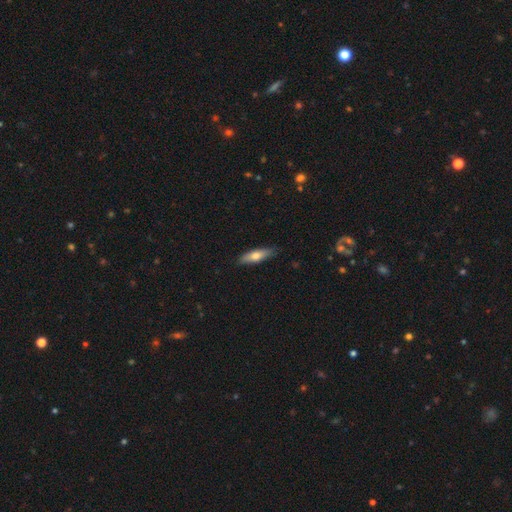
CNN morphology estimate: A smooth galaxy with no disk features (67%) that is cigar-shaped (59%).

Vote fractions:
- Smooth or featured? smooth: 67% / featured or disk: 28% / star or artifact: 6%
- How rounded? cigar-shaped: 59% / in between: 39% / round: 2%
- Merging? none: 84% / minor disturbance: 13% / major disturbance: 2% / merger: 1%